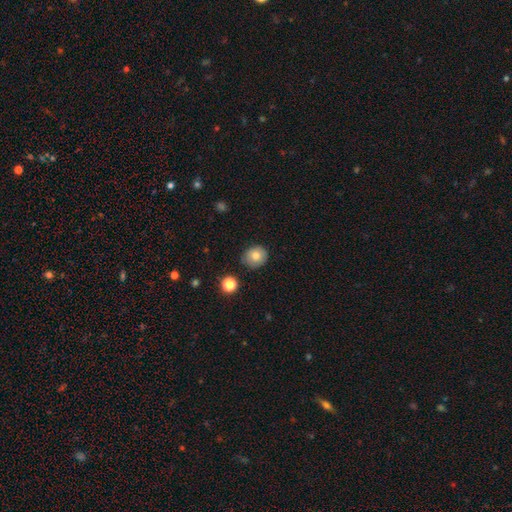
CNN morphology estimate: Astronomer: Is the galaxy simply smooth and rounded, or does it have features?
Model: smooth — 79%.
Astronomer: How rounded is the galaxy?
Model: round — 82%.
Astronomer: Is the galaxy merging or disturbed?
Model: none — 82%.